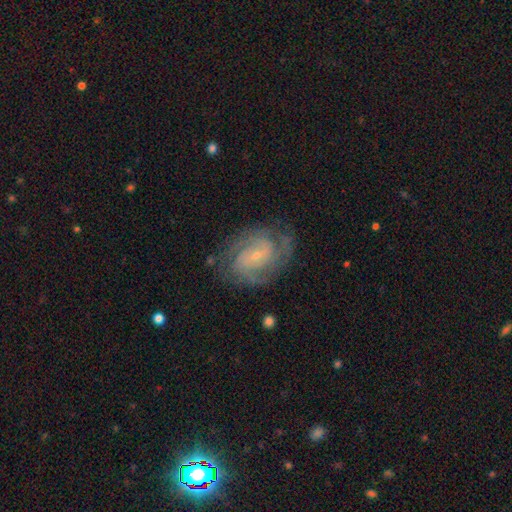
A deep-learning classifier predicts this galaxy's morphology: Smooth or featured? featured or disk (83%)
Edge-on disk? no (97%)
Bar? no (53%)
Spiral arms? yes (94%)
Spiral winding? tight (51%)
Spiral arm count? 2 (46%)
Bulge size? small (82%)
Merging? none (74%)